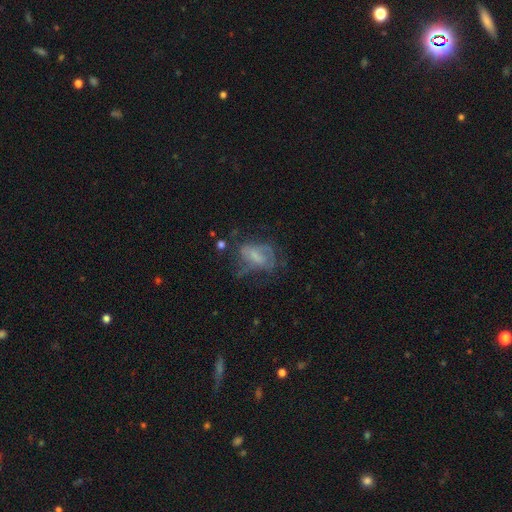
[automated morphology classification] A featured or disk galaxy (54%) with no bar (48%), no spiral arms (51%) and no central bulge (39%).

Vote fractions:
- Smooth or featured? featured or disk: 54% / smooth: 33% / star or artifact: 13%
- Edge-on disk? no: 96% / yes: 4%
- Bar? no: 48% / weak: 38% / strong: 14%
- Spiral arms? no: 51% / yes: 49%
- Bulge size? none: 39% / small: 32% / moderate: 23% / large: 5% / dominant: 1%
- Merging? major disturbance: 36% / none: 35% / minor disturbance: 24% / merger: 5%